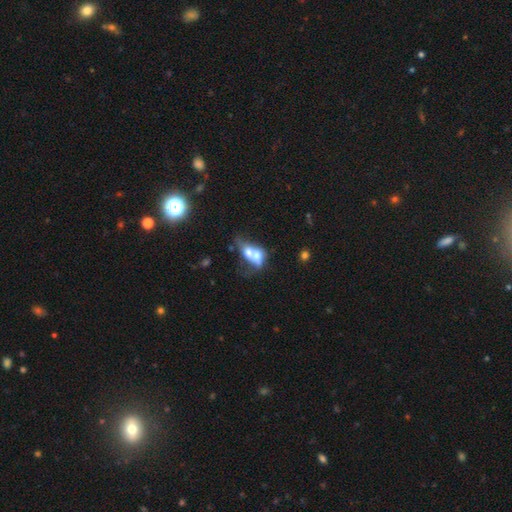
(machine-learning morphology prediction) A smooth galaxy with no disk features (58%) that is in between round and cigar-shaped (64%).

Vote fractions:
- Smooth or featured? smooth: 58% / featured or disk: 32% / star or artifact: 10%
- How rounded? in between: 64% / round: 31% / cigar-shaped: 4%
- Merging? merger: 73% / none: 11% / major disturbance: 10% / minor disturbance: 6%